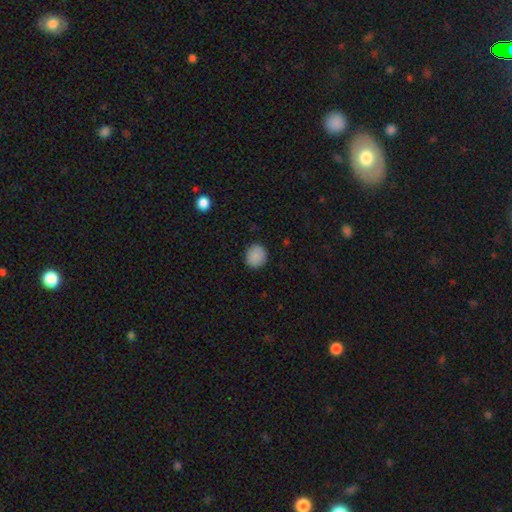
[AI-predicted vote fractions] smooth 87%, star or artifact 9%, featured or disk 4%. Down the decision tree: how rounded — round (87%); merging — none (89%).